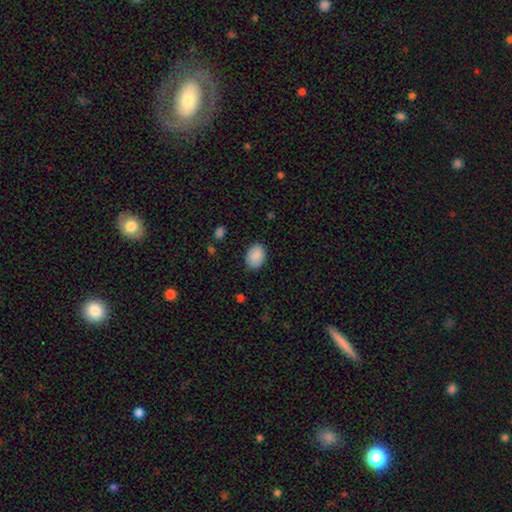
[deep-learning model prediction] This appears to be a smooth galaxy with no disk features (88%) that is in between round and cigar-shaped (68%). Merging: none (84%).